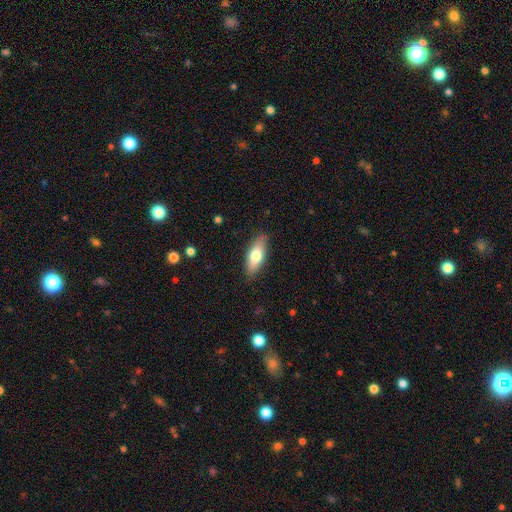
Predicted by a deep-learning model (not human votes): Smooth or featured?
  - smooth: 71% *
  - featured or disk: 23%
  - star or artifact: 6%
How rounded?
  - in between: 72% *
  - cigar-shaped: 26%
  - round: 3%
Merging?
  - none: 87% *
  - minor disturbance: 10%
  - major disturbance: 2%
  - merger: 1%